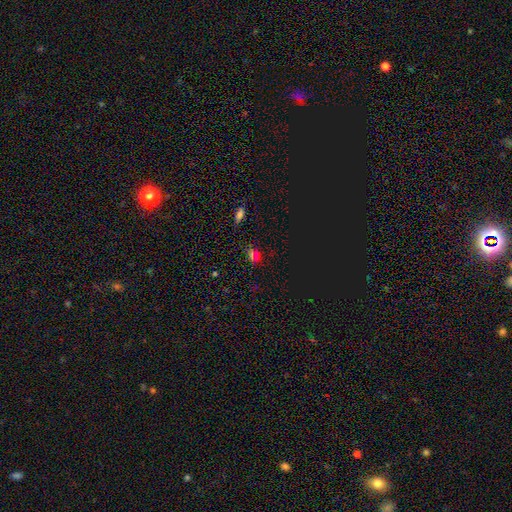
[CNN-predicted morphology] Smooth or featured? Predicted: star or artifact (p=0.54).